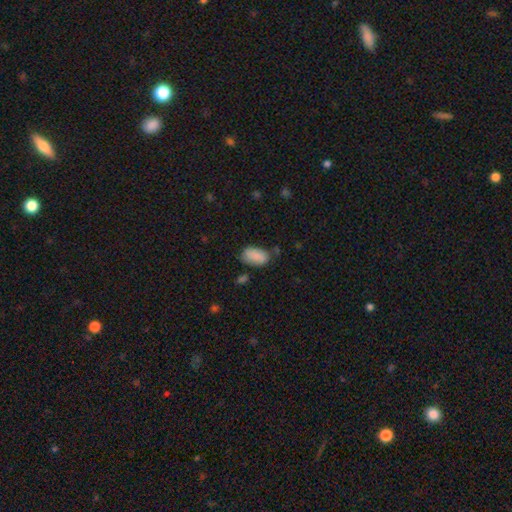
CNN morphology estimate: Q: Smooth or featured?
A: smooth (86%); runner-up: star or artifact (7%)
Q: How rounded?
A: in between (93%); runner-up: round (5%)
Q: Merging?
A: none (63%); runner-up: minor disturbance (26%)